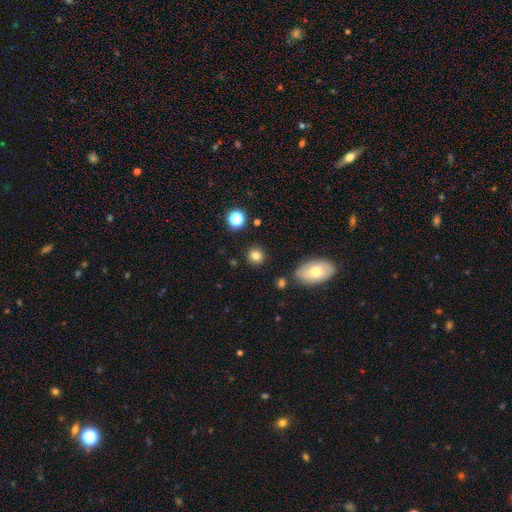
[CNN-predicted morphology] type=smooth (80%); roundness=round (88%); merging=none (87%).